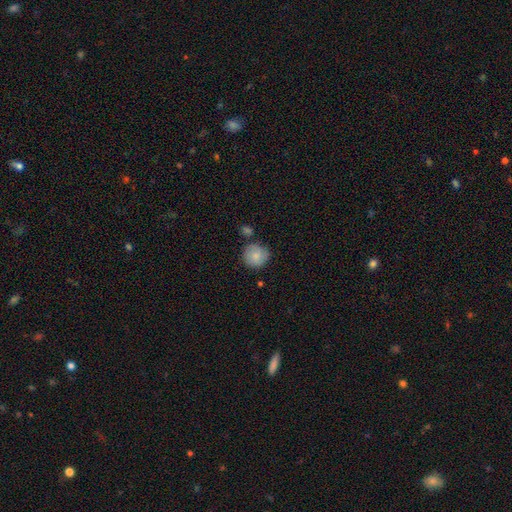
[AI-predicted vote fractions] This is clearly a smooth galaxy (83%). How rounded: clearly round (91%). Merging: likely none (73%).